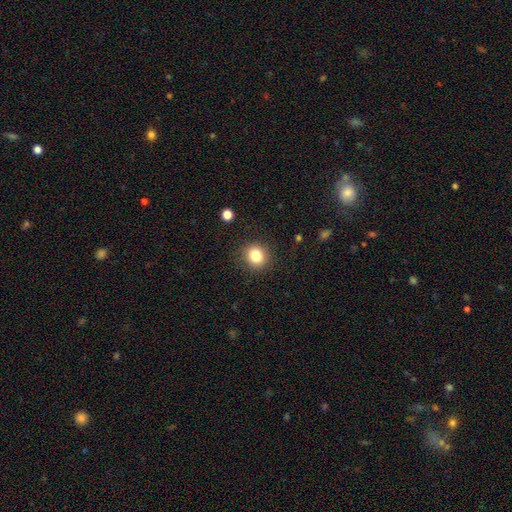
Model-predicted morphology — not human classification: smooth 83%, star or artifact 11%, featured or disk 6%. Down the decision tree: how rounded — round (86%); merging — none (89%).